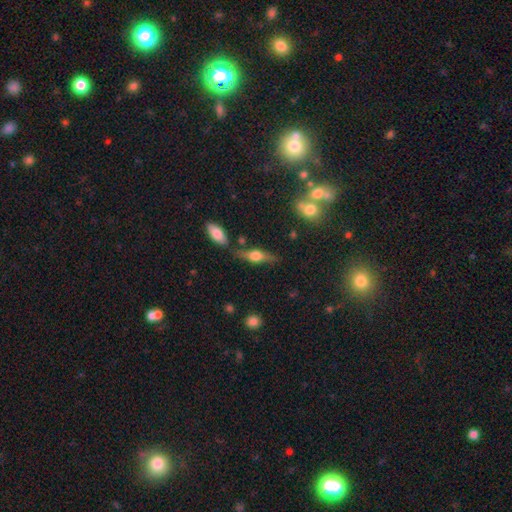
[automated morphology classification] smooth_or_featured: featured or disk (p=0.59) [alt: smooth p=0.33]
disk_edge_on: yes (p=0.93) [alt: no p=0.07]
edge_on_bulge: rounded (p=0.92) [alt: boxy p=0.07]
merging: none (p=0.74) [alt: minor disturbance p=0.14]